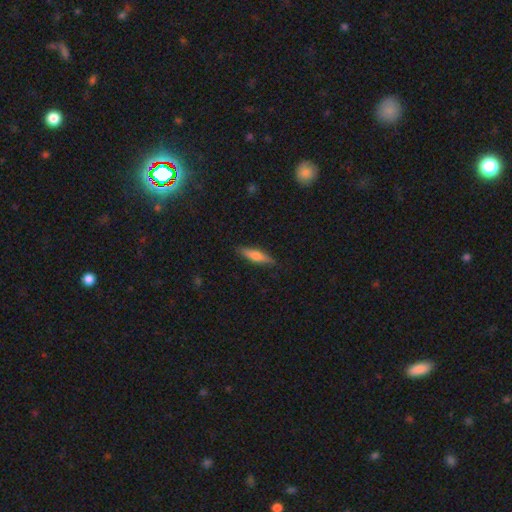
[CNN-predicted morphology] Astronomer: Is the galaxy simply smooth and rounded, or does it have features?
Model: smooth — 64%.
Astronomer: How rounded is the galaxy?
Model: cigar-shaped — 74%.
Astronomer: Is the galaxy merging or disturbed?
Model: none — 85%.